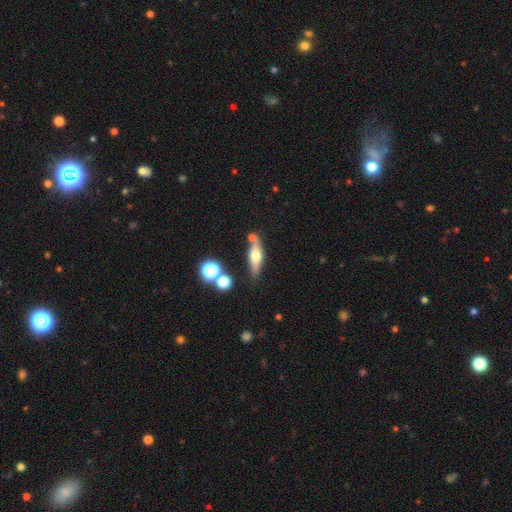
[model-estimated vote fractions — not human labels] Smooth or featured: featured or disk — 49% (smooth — 42%)
Merging: none — 69% (minor disturbance — 14%)